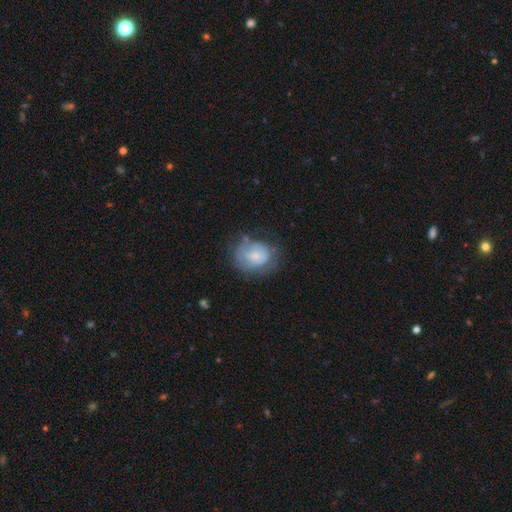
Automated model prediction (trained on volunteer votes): This appears to be a smooth galaxy with no disk features (52%) that is round (57%). Merging: none (53%).